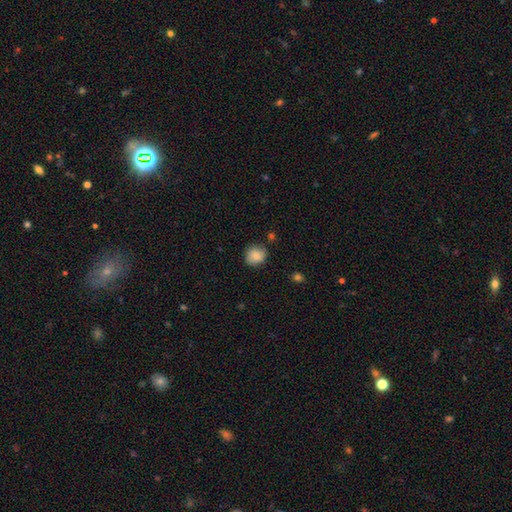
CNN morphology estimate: The model was most divided on "merging": none: 75%, minor disturbance: 18%, major disturbance: 4%, merger: 3%. More confident: smooth or featured — smooth (81%); how rounded — round (79%).